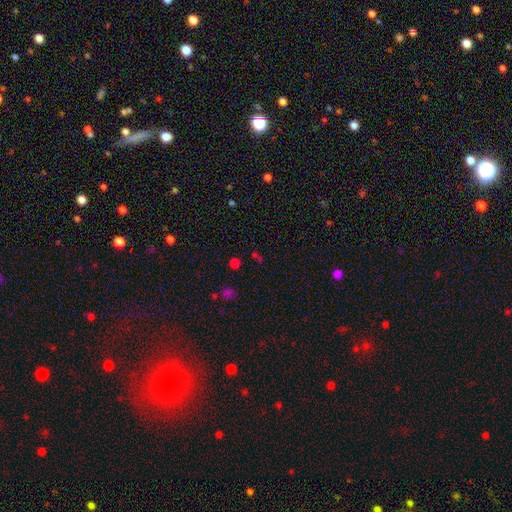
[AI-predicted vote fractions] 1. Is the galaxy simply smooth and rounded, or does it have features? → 51% star or artifact, 42% smooth, 7% featured or disk.